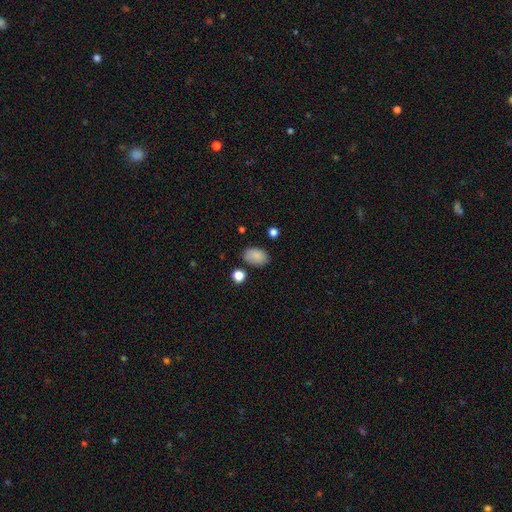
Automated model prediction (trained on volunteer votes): smooth_or_featured: smooth (p=0.86) [alt: star or artifact p=0.08]
how_rounded: in between (p=0.89) [alt: round p=0.10]
merging: none (p=0.80) [alt: minor disturbance p=0.13]